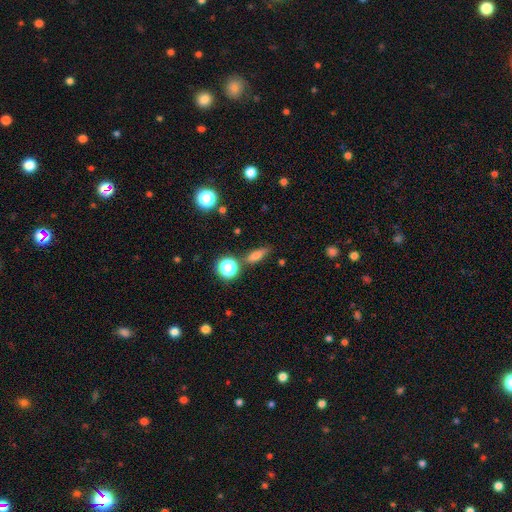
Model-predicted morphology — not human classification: The model was most divided on "how rounded": in between: 51%, cigar-shaped: 34%, round: 15%. More confident: merging — none (72%); smooth or featured — smooth (67%).